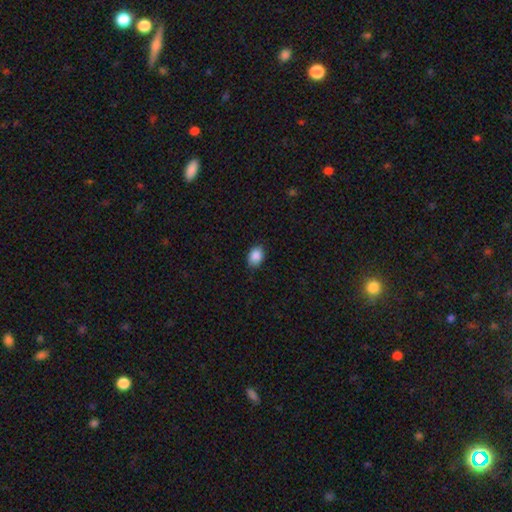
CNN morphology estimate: This appears to be a smooth galaxy with no disk features (89%) that is in between round and cigar-shaped (77%). Merging: none (83%).